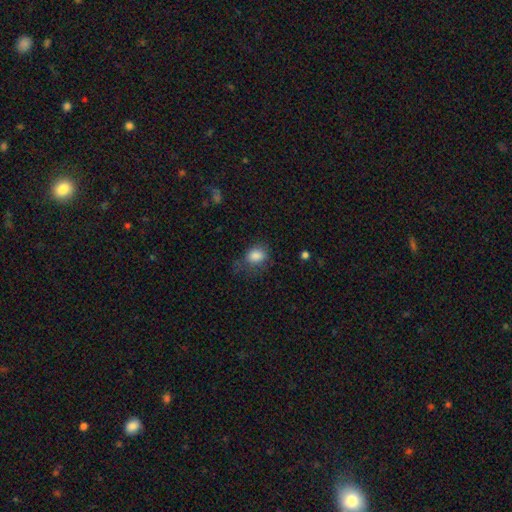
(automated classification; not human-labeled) Smooth or featured: smooth — 84% (star or artifact — 9%)
How rounded: in between — 59% (round — 40%)
Merging: none — 50% (minor disturbance — 28%)